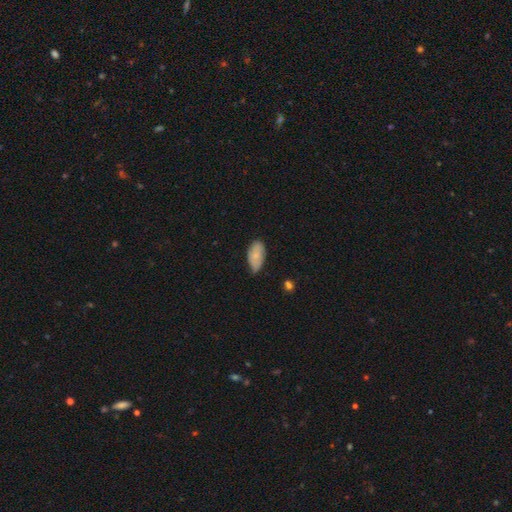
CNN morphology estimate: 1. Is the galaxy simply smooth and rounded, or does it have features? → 78% smooth, 15% featured or disk, 7% star or artifact.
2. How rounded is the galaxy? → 94% in between, 3% round, 3% cigar-shaped.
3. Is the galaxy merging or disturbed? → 60% none, 34% minor disturbance, 4% major disturbance, 2% merger.